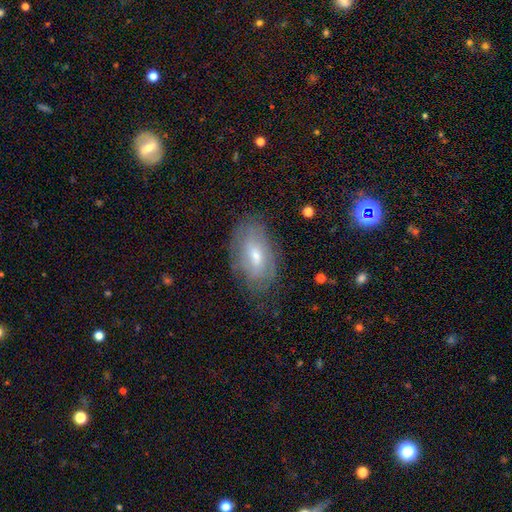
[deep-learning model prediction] smooth-or-featured: featured or disk: 59% | smooth: 32% | star or artifact: 9%
  disk-edge-on: no: 92% | yes: 8%
    bar: no: 47% | weak: 44% | strong: 10%
    has-spiral-arms: yes: 76% | no: 24%
    bulge-size: moderate: 49% | small: 45% | large: 3% | none: 2% | dominant: 1%
  merging: none: 72% | minor disturbance: 20% | major disturbance: 7% | merger: 1%